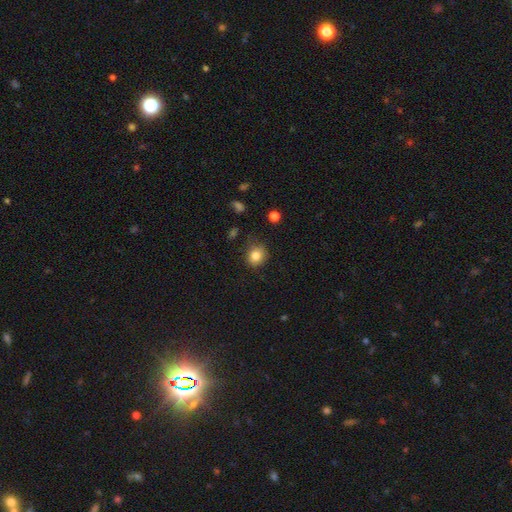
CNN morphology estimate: type=smooth (82%); roundness=round (77%); merging=none (76%).